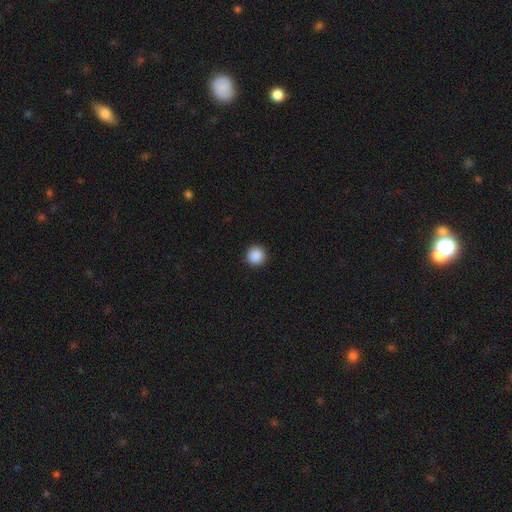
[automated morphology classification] smooth-or-featured: smooth: 89% | star or artifact: 9% | featured or disk: 2%
  how-rounded: round: 96% | in between: 3% | cigar-shaped: 1%
  merging: none: 93% | minor disturbance: 4% | major disturbance: 2% | merger: 1%